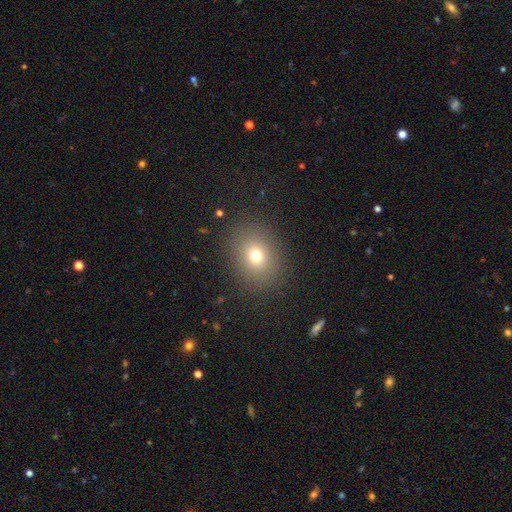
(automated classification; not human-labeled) smooth-or-featured: smooth: 71% | star or artifact: 17% | featured or disk: 12%
  how-rounded: round: 54% | in between: 45% | cigar-shaped: 1%
  merging: none: 86% | minor disturbance: 8% | major disturbance: 5% | merger: 1%